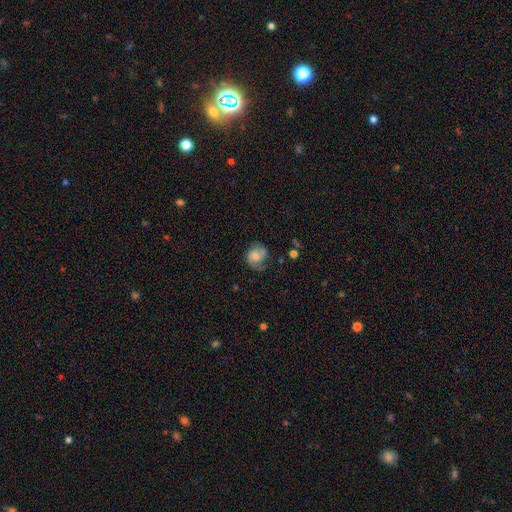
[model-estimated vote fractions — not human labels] A featured or disk galaxy (46%).

Vote fractions:
- Smooth or featured? featured or disk: 46% / smooth: 45% / star or artifact: 9%
- Merging? none: 50% / minor disturbance: 26% / major disturbance: 20% / merger: 3%